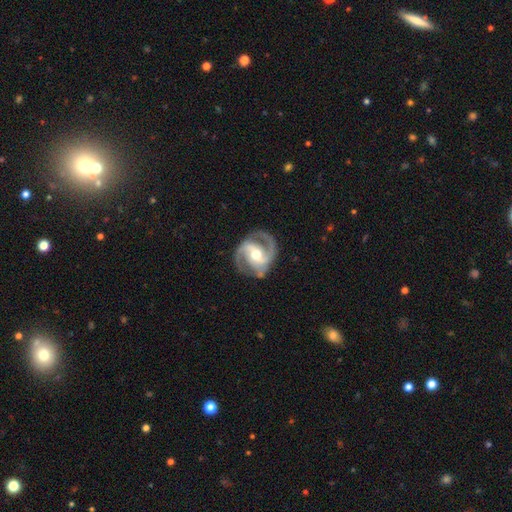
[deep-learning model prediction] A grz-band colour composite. It shows a featured or disk galaxy (91%) with a weak bar (43%), 2 (80%) medium (56%) spiral arms (97%) and a moderate central bulge (72%). Merging: none (78%).